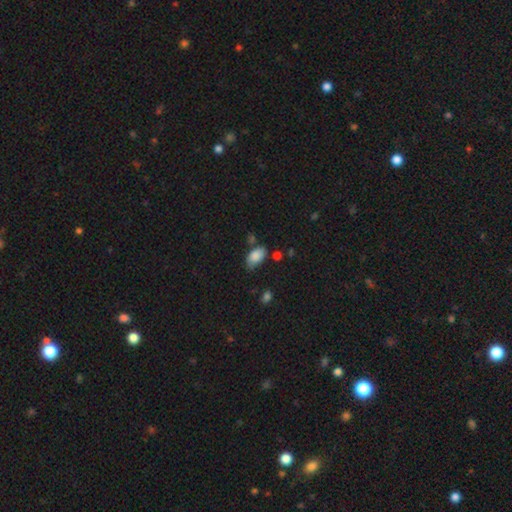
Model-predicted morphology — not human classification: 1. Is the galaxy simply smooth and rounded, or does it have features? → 85% smooth, 8% star or artifact, 7% featured or disk.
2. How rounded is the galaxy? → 93% in between, 5% round, 2% cigar-shaped.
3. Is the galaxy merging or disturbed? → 54% none, 32% minor disturbance, 8% major disturbance, 7% merger.